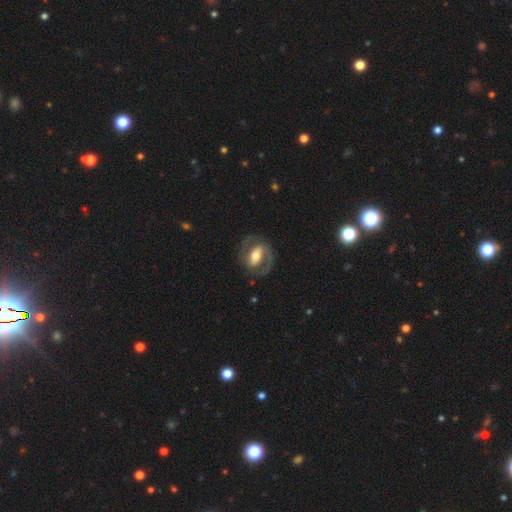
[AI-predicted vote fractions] Smooth or featured? featured or disk (78%)
Edge-on disk? no (96%)
Bar? strong (48%)
Spiral arms? yes (83%)
Spiral winding? medium (48%)
Spiral arm count? 2 (86%)
Bulge size? moderate (63%)
Merging? none (78%)